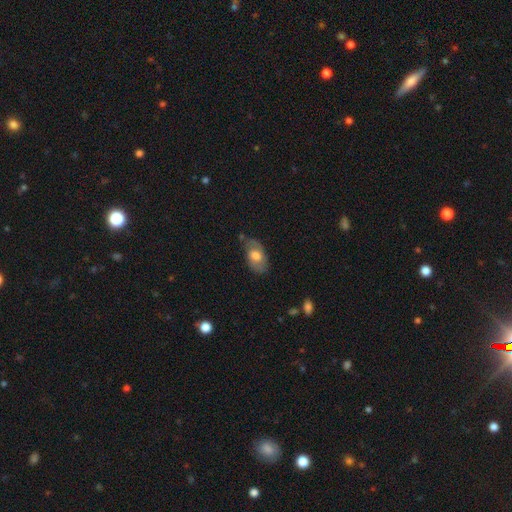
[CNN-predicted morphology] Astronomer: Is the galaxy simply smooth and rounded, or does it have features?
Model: smooth — 57% (runner-up: featured or disk, 36%).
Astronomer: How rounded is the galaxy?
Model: in between — 91%.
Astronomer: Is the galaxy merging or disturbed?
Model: none — 60%.